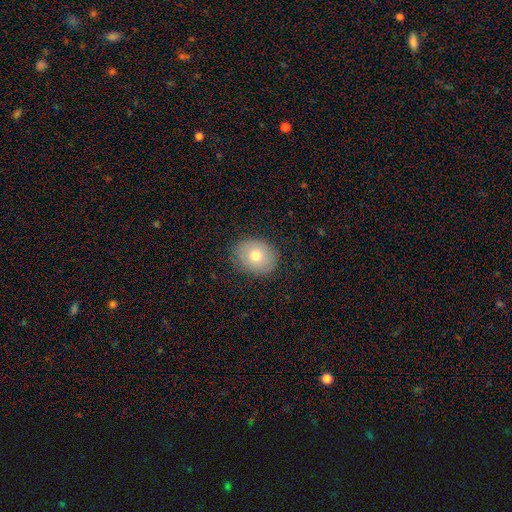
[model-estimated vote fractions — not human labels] This is likely a smooth galaxy (74%). How rounded: possibly round (50%, tied with in between). Merging: clearly none (85%).